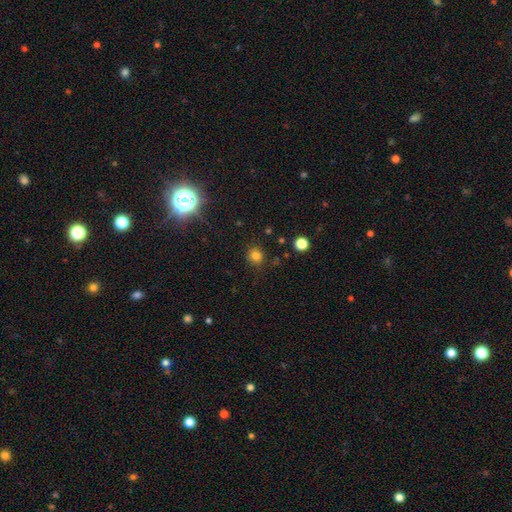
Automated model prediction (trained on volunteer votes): smooth-or-featured: smooth: 78% | star or artifact: 16% | featured or disk: 6%
  how-rounded: round: 88% | in between: 11% | cigar-shaped: 1%
  merging: none: 86% | minor disturbance: 9% | major disturbance: 3% | merger: 2%